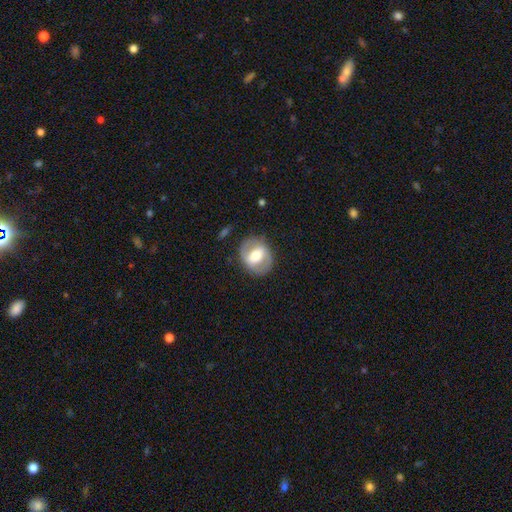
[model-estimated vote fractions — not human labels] Smooth or featured: featured or disk — 58% (smooth — 36%)
Edge-on disk: no — 94% (yes — 6%)
Bar: strong — 42% (weak — 36%)
Spiral arms: yes — 51% (no — 49%)
Bulge size: moderate — 66% (large — 17%)
Merging: none — 81% (minor disturbance — 12%)